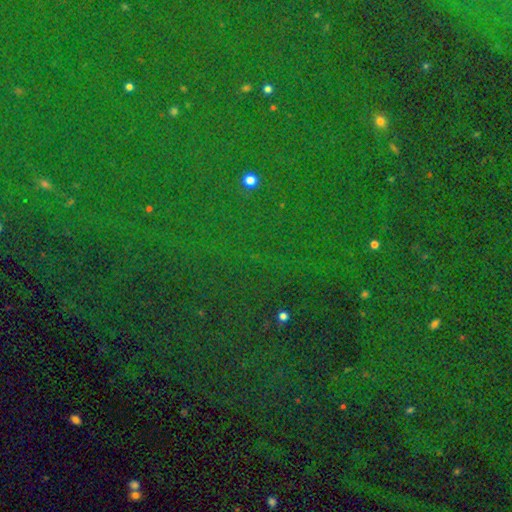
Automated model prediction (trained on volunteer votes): Q: Smooth or featured?
A: star or artifact (83%); runner-up: smooth (9%)